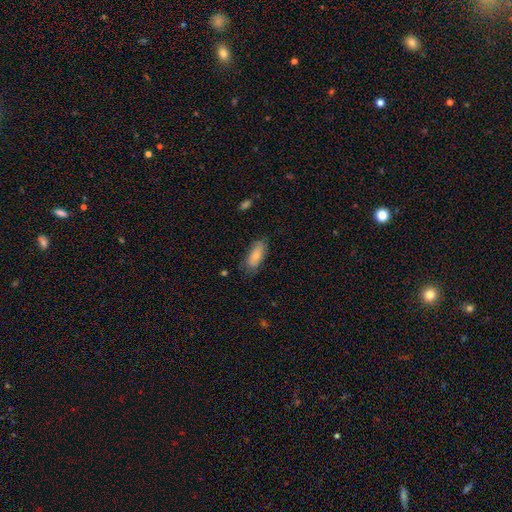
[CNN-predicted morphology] Q: Smooth or featured?
A: smooth (75%); runner-up: featured or disk (19%)
Q: How rounded?
A: in between (81%); runner-up: cigar-shaped (17%)
Q: Merging?
A: none (71%); runner-up: minor disturbance (22%)